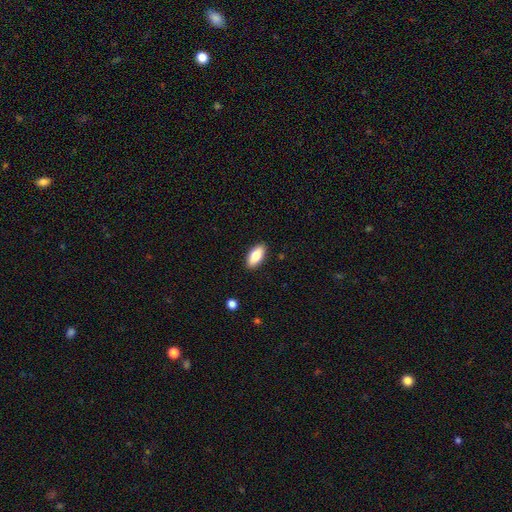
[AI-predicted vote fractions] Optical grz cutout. It shows a smooth galaxy with no disk features (83%) that is in between round and cigar-shaped (89%). Merging: none (89%).